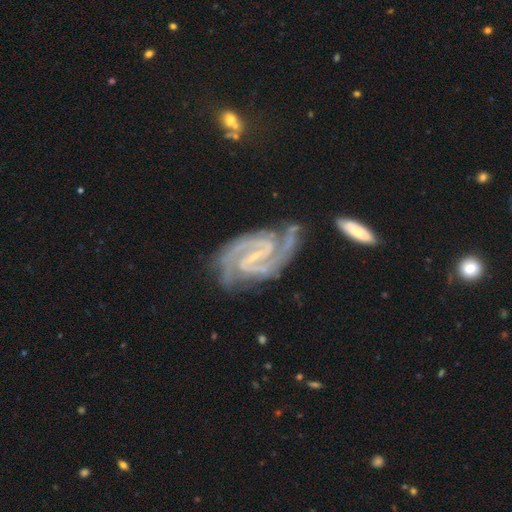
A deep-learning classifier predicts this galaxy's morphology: The model was most divided on "bar": strong: 43%, weak: 42%, no: 15%. Remaining: spiral arms — yes (99%); edge-on disk — no (97%); smooth or featured — featured or disk (93%); spiral arm count — 2 (82%); bulge size — small (74%); merging — none (68%); spiral winding — medium (48%).